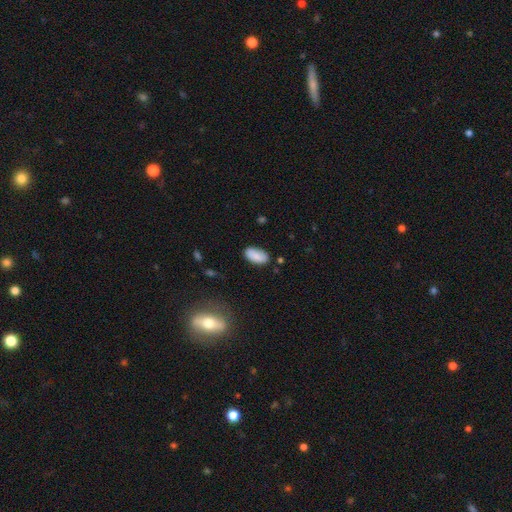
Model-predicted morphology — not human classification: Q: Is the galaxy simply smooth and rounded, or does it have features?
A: smooth — 85%.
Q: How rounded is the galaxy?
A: in between — 94%.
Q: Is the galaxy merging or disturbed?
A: none — 80%.